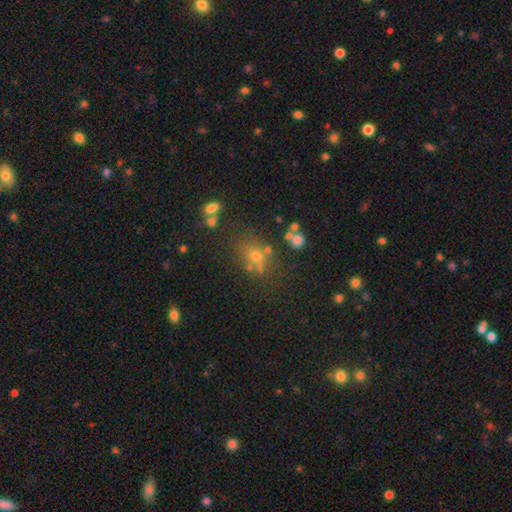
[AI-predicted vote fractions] smooth-or-featured: smooth: 47% | star or artifact: 42% | featured or disk: 11%
  merging: none: 70% | merger: 13% | minor disturbance: 12% | major disturbance: 5%